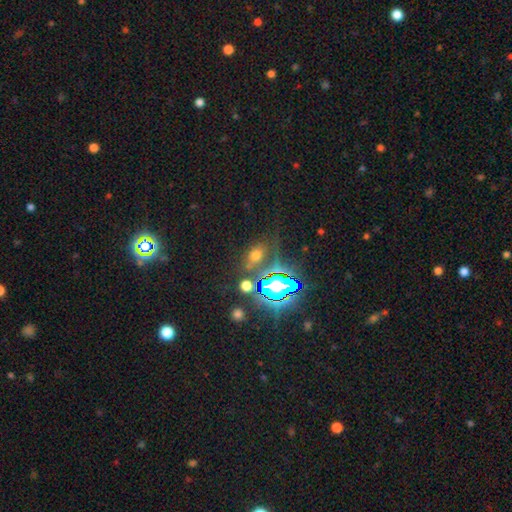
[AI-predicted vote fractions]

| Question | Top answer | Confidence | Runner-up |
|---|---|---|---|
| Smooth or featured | smooth | 49% | star or artifact (41%) |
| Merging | none | 68% | minor disturbance (15%) |